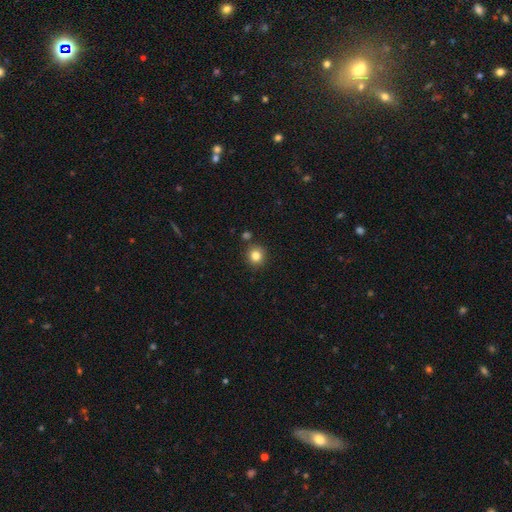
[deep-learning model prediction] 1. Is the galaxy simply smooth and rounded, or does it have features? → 83% smooth, 11% star or artifact, 6% featured or disk.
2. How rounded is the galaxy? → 92% round, 7% in between, 1% cigar-shaped.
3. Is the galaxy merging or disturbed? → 85% none, 7% minor disturbance, 5% merger, 2% major disturbance.